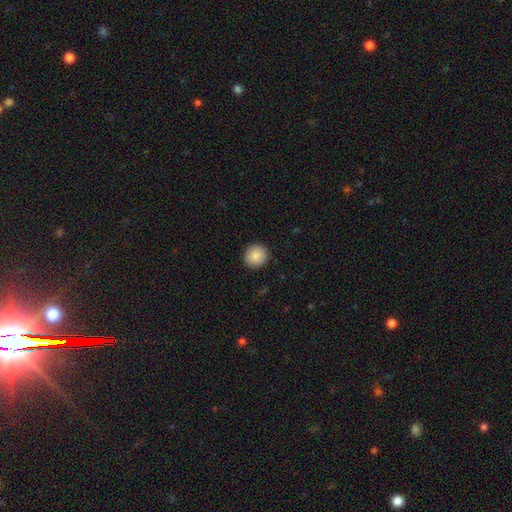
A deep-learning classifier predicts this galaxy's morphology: type=smooth (88%); roundness=round (94%); merging=none (93%).